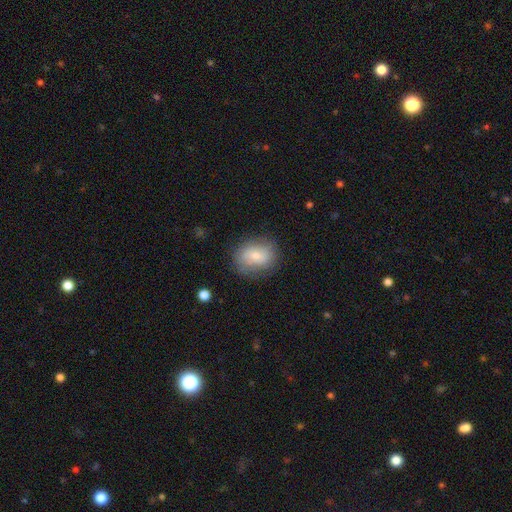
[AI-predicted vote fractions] A smooth galaxy with no disk features (67%) that is in between round and cigar-shaped (54%).

Vote fractions:
- Smooth or featured? smooth: 67% / featured or disk: 25% / star or artifact: 8%
- How rounded? in between: 54% / round: 45% / cigar-shaped: 1%
- Merging? none: 76% / minor disturbance: 16% / major disturbance: 6% / merger: 1%